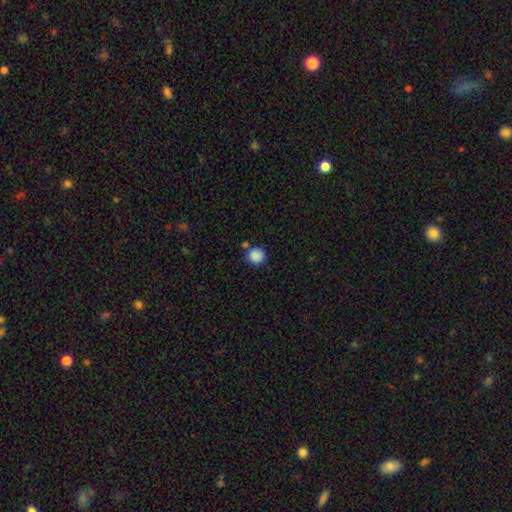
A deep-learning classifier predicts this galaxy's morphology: Smooth or featured?
  - smooth: 87% *
  - star or artifact: 10%
  - featured or disk: 3%
How rounded?
  - round: 91% *
  - in between: 8%
  - cigar-shaped: 1%
Merging?
  - none: 78% *
  - minor disturbance: 10%
  - merger: 9%
  - major disturbance: 3%